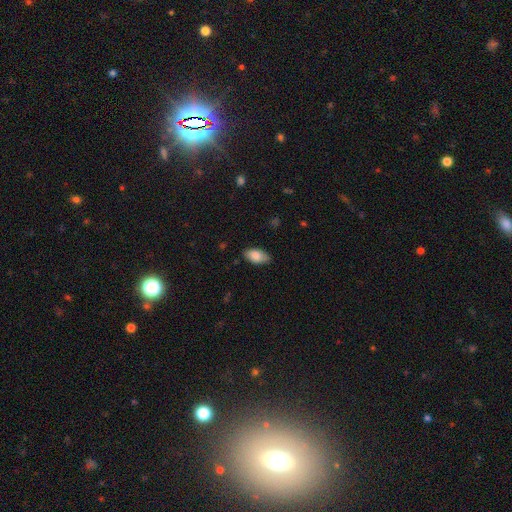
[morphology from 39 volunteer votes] This appears to be a smooth galaxy with no disk features (82%) that is in between round and cigar-shaped (97%). Merging: none (75%).